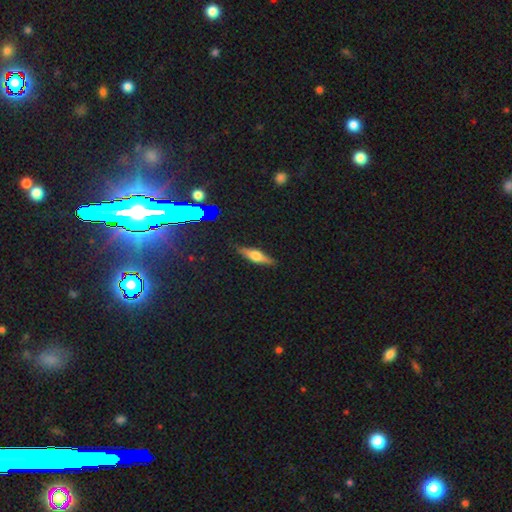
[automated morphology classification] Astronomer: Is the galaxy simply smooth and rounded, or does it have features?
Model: featured or disk — 52% (runner-up: smooth, 38%).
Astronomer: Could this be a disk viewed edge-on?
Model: yes — 93%.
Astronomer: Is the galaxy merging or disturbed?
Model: none — 87%.